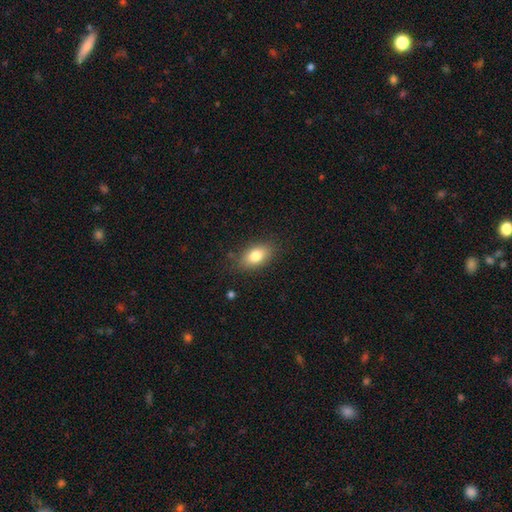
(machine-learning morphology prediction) This appears to be a smooth galaxy with no disk features (79%) that is in between round and cigar-shaped (87%). Merging: none (83%).